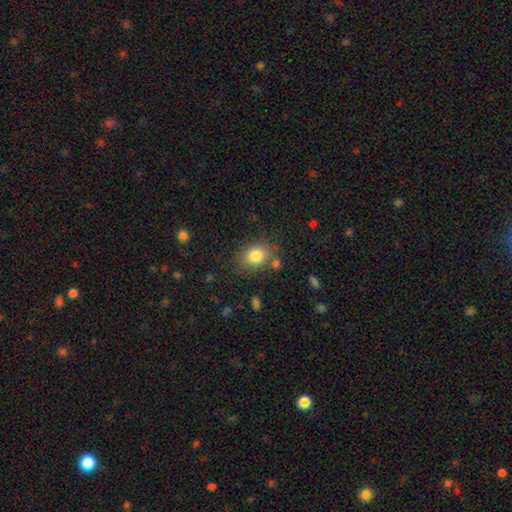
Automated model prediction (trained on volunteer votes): The model was most divided on "how rounded": round: 50%, in between: 49%, cigar-shaped: 1%. More confident: smooth or featured — smooth (82%); merging — none (75%).